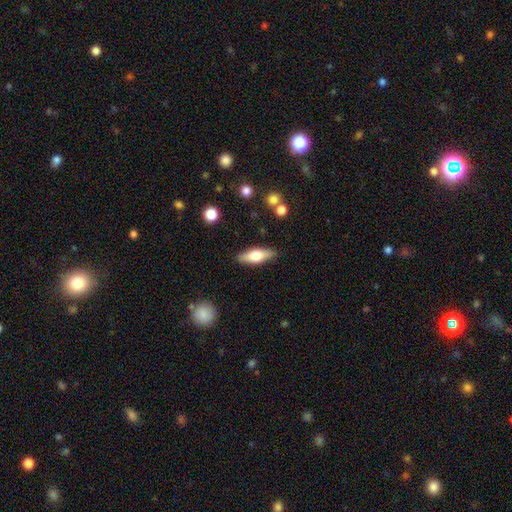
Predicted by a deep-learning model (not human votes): Q: Smooth or featured?
A: smooth (59%); runner-up: featured or disk (35%)
Q: How rounded?
A: in between (56%); runner-up: cigar-shaped (41%)
Q: Merging?
A: none (86%); runner-up: minor disturbance (10%)